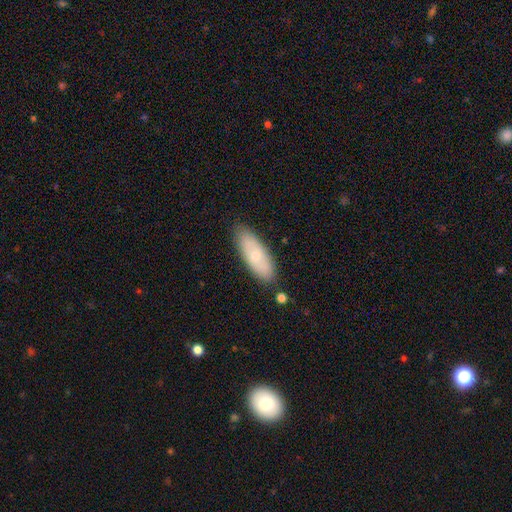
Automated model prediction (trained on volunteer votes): smooth 66%, featured or disk 28%, star or artifact 6%. Down the decision tree: how rounded — in between (69%); merging — none (81%).